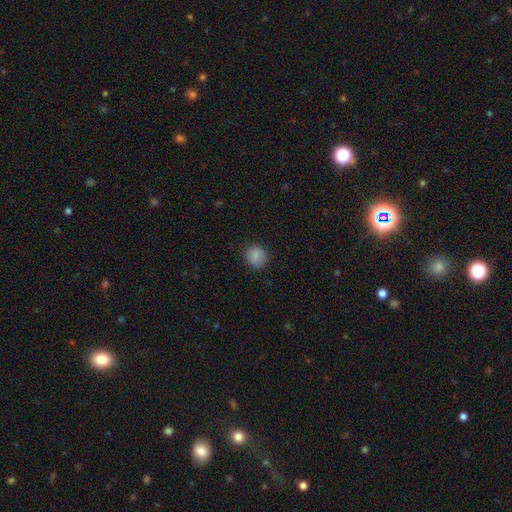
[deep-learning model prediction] A smooth galaxy with no disk features (86%) that is round (83%).

Vote fractions:
- Smooth or featured? smooth: 86% / star or artifact: 9% / featured or disk: 5%
- How rounded? round: 83% / in between: 16% / cigar-shaped: 1%
- Merging? none: 87% / minor disturbance: 10% / major disturbance: 3% / merger: 1%